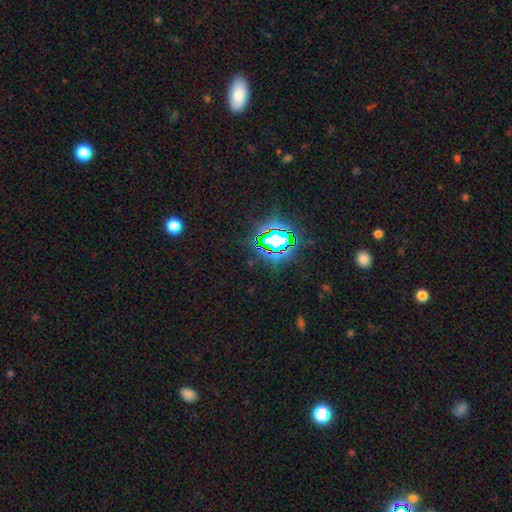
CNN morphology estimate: Smooth or featured: star or artifact — 80% (smooth — 12%)